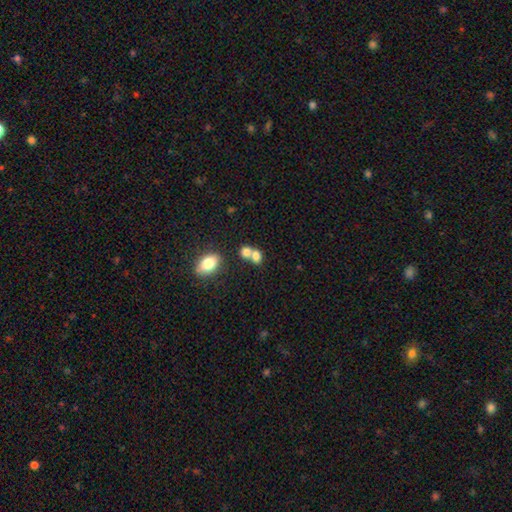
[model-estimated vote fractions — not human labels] Overall: smooth (77%). How rounded: in between (52%; round 46%). Merging: merger (57%; none 32%).